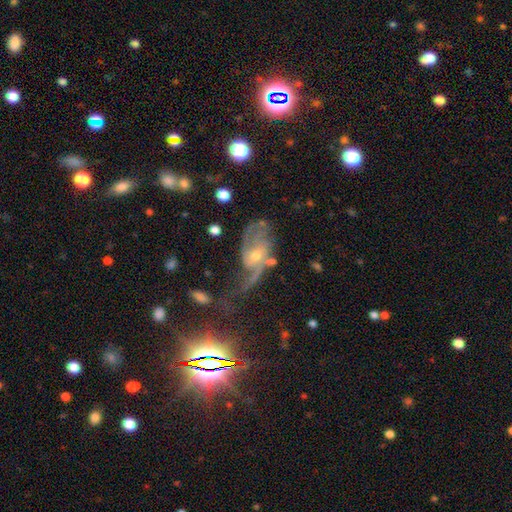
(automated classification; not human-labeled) A featured or disk galaxy (75%) with no bar (59%), 2 (51%) medium (41%) spiral arms (89%) and a small central bulge (53%).

Vote fractions:
- Smooth or featured? featured or disk: 75% / star or artifact: 14% / smooth: 11%
- Edge-on disk? no: 94% / yes: 6%
- Bar? no: 59% / weak: 32% / strong: 9%
- Spiral arms? yes: 89% / no: 11%
- Spiral winding? medium: 41% / loose: 37% / tight: 22%
- Spiral arm count? 2: 51% / can't tell: 21% / 1: 12% / 3: 9% / 4: 3% / more than 4: 3%
- Bulge size? small: 53% / moderate: 42% / none: 2% / large: 2% / dominant: 1%
- Merging? none: 41% / major disturbance: 28% / minor disturbance: 23% / merger: 7%